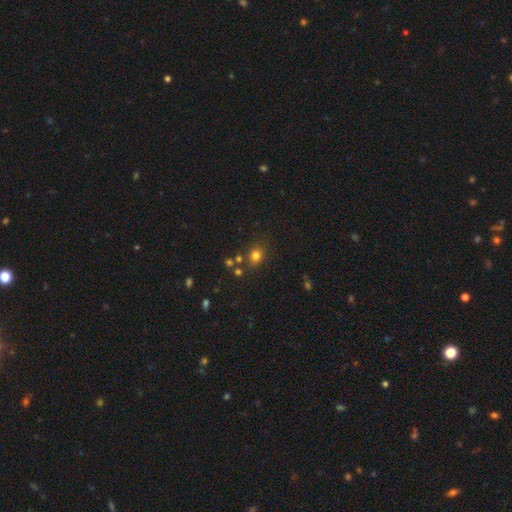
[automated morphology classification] Smooth or featured?
  - smooth: 76% *
  - star or artifact: 16%
  - featured or disk: 7%
How rounded?
  - round: 71% *
  - in between: 28%
  - cigar-shaped: 1%
Merging?
  - none: 74% *
  - minor disturbance: 13%
  - merger: 9%
  - major disturbance: 5%